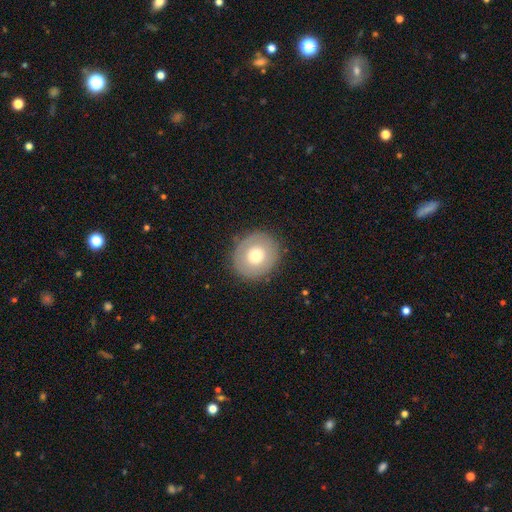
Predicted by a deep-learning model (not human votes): The model was most divided on "smooth or featured": smooth: 64%, featured or disk: 28%, star or artifact: 8%. More confident: merging — none (86%); how rounded — round (85%).